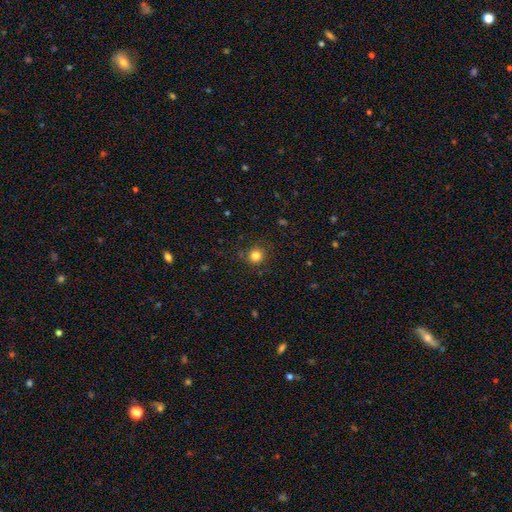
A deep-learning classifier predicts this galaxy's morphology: Smooth or featured?
  - smooth: 82% *
  - star or artifact: 13%
  - featured or disk: 5%
How rounded?
  - round: 93% *
  - in between: 6%
  - cigar-shaped: 1%
Merging?
  - none: 86% *
  - minor disturbance: 9%
  - major disturbance: 3%
  - merger: 2%